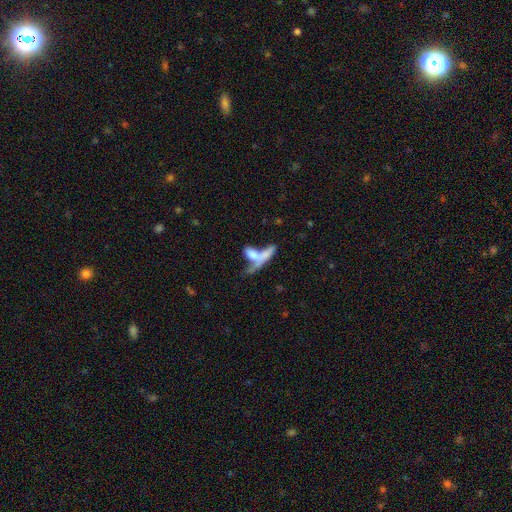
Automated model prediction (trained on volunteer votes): Smooth or featured? smooth (57%)
How rounded? cigar-shaped (56%)
Merging? merger (57%)